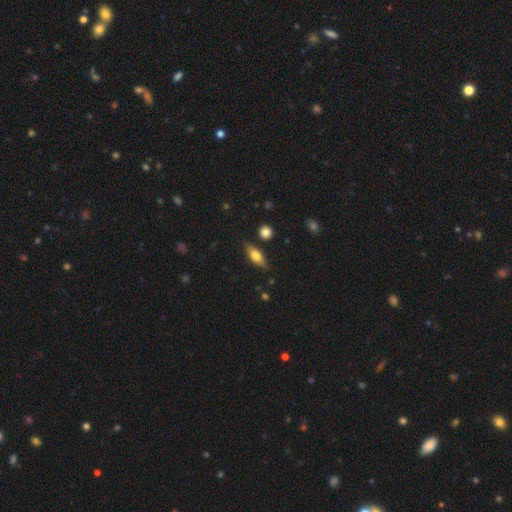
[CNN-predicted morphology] Q: Smooth or featured?
A: smooth (55%); runner-up: featured or disk (38%)
Q: How rounded?
A: in between (62%); runner-up: cigar-shaped (34%)
Q: Merging?
A: none (82%); runner-up: minor disturbance (12%)